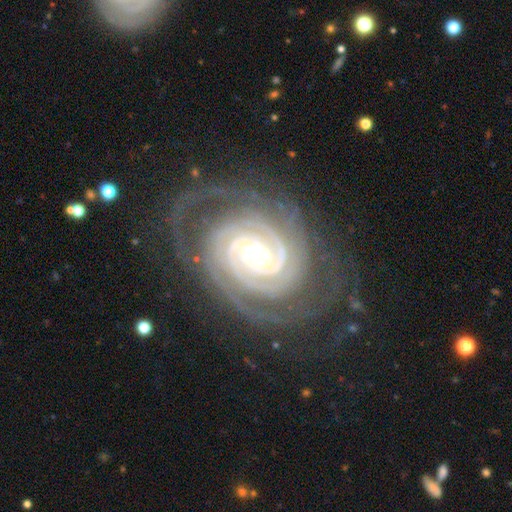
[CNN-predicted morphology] Smooth or featured?
  - featured or disk: 93% *
  - star or artifact: 4%
  - smooth: 3%
Edge-on disk?
  - no: 97% *
  - yes: 3%
Bar?
  - no: 64% *
  - weak: 21%
  - strong: 15%
Spiral arms?
  - yes: 99% *
  - no: 1%
Spiral winding?
  - tight: 86% *
  - medium: 13%
  - loose: 2%
Spiral arm count?
  - 2: 38% *
  - 3: 21%
  - 4: 13%
  - can't tell: 12%
  - more than 4: 9%
  - 1: 7%
Bulge size?
  - small: 60% *
  - moderate: 35%
  - large: 3%
  - none: 1%
  - dominant: 1%
Merging?
  - none: 75% *
  - minor disturbance: 16%
  - major disturbance: 8%
  - merger: 1%